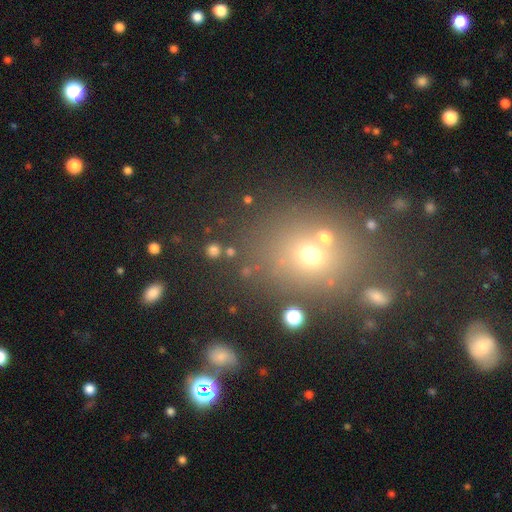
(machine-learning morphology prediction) smooth_or_featured: smooth (p=0.46) [alt: star or artifact p=0.41]
merging: none (p=0.75) [alt: minor disturbance p=0.10]